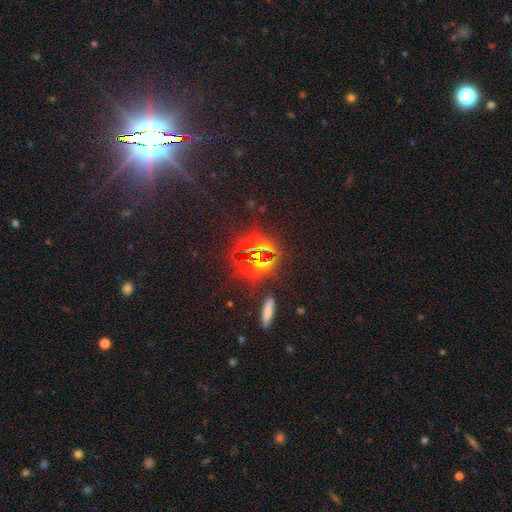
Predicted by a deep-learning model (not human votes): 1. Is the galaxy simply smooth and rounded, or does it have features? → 75% star or artifact, 16% smooth, 9% featured or disk.